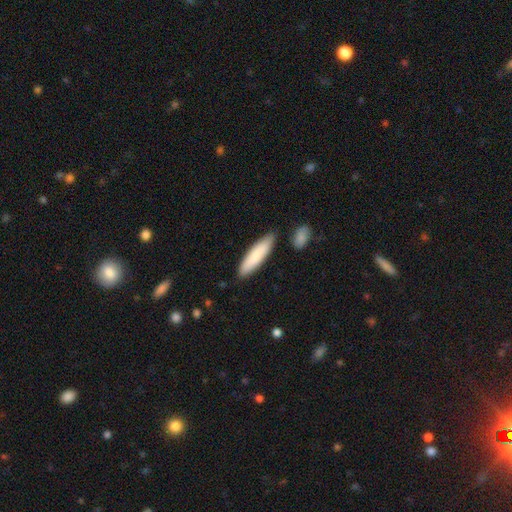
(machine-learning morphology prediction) Smooth or featured? smooth (83%)
How rounded? cigar-shaped (68%)
Merging? none (83%)